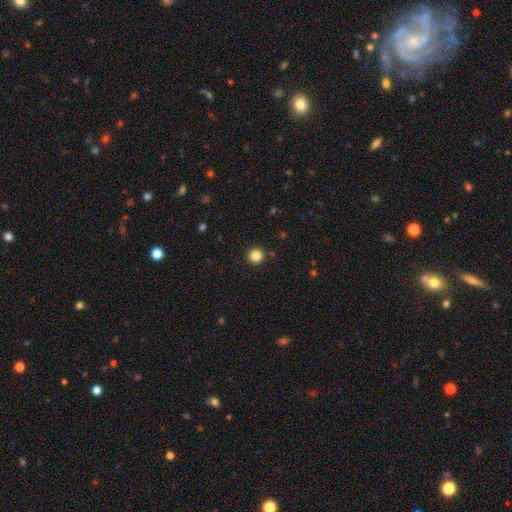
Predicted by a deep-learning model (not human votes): Q: Smooth or featured?
A: smooth (85%); runner-up: star or artifact (11%)
Q: How rounded?
A: round (96%); runner-up: in between (3%)
Q: Merging?
A: none (92%); runner-up: minor disturbance (5%)